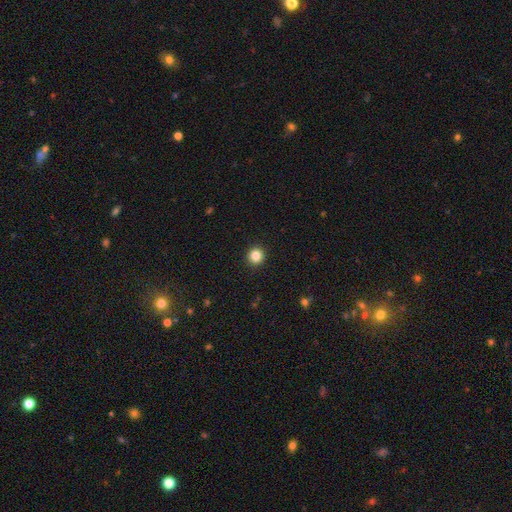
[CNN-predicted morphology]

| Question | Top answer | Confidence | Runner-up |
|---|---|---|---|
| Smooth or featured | smooth | 85% | star or artifact (11%) |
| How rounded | round | 95% | in between (4%) |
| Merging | none | 93% | minor disturbance (4%) |